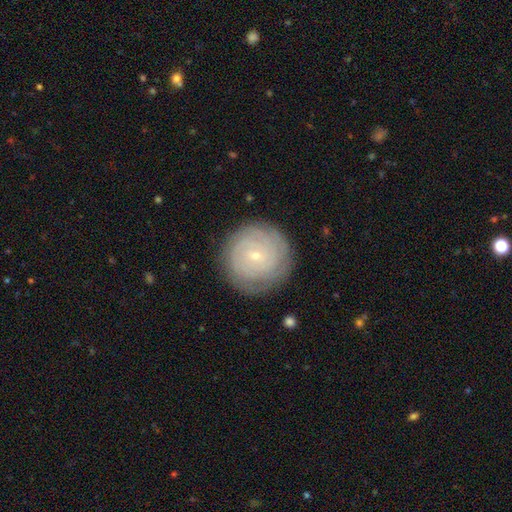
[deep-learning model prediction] The model was most divided on "spiral arm count": can't tell: 44%, 2: 19%, 3: 14%, 4: 11%, more than 4: 7%, 1: 6%. More confident: edge-on disk — no (98%); spiral arms — yes (90%); spiral winding — tight (85%); bulge size — small (84%); merging — none (84%); bar — no (71%); smooth or featured — featured or disk (71%).